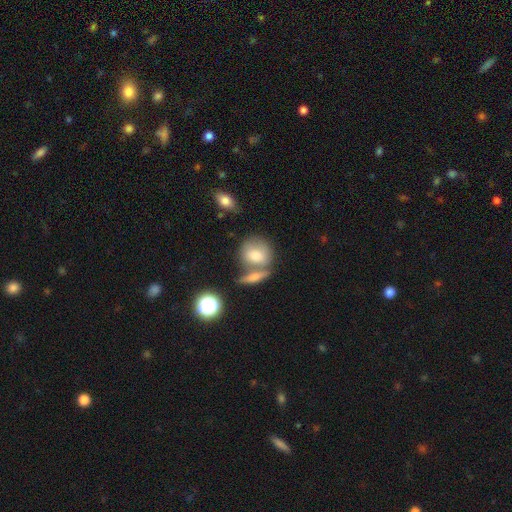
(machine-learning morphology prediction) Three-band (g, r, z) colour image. It shows a smooth galaxy with no disk features (68%) that is round (69%). Merging: none (49%).